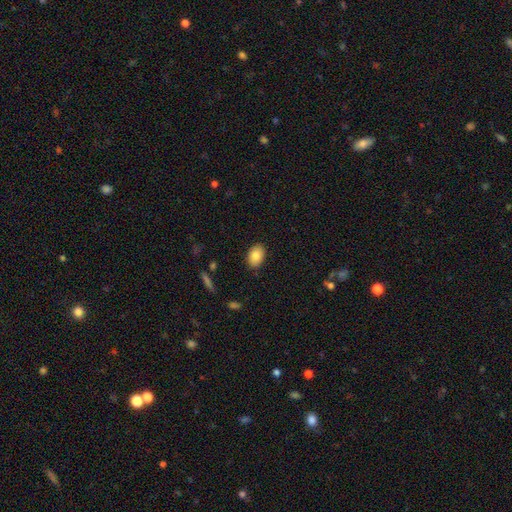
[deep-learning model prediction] A smooth galaxy with no disk features (84%) that is in between round and cigar-shaped (85%).

Vote fractions:
- Smooth or featured? smooth: 84% / featured or disk: 9% / star or artifact: 7%
- How rounded? in between: 85% / round: 13% / cigar-shaped: 1%
- Merging? none: 87% / minor disturbance: 9% / major disturbance: 2% / merger: 1%